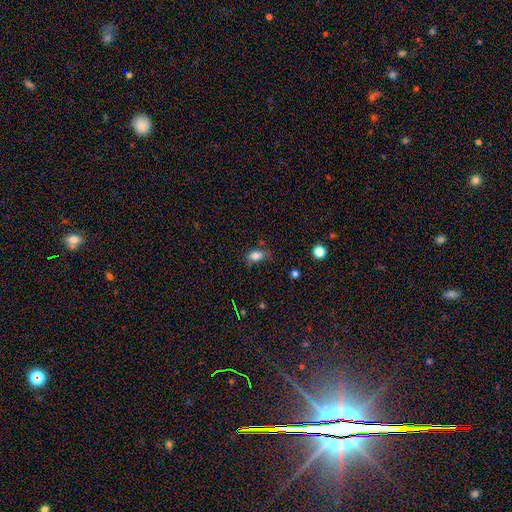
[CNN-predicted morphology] The model was most divided on "merging": none: 59%, minor disturbance: 28%, major disturbance: 10%, merger: 3%. More confident: how rounded — in between (86%); smooth or featured — smooth (82%).